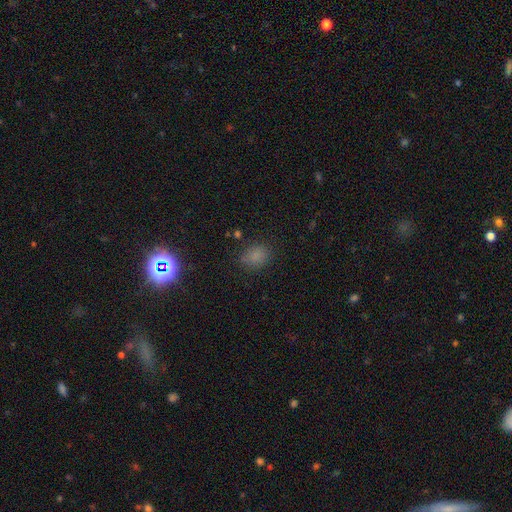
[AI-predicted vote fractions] Smooth or featured?
  - smooth: 75% *
  - star or artifact: 19%
  - featured or disk: 6%
How rounded?
  - in between: 58% *
  - round: 41%
  - cigar-shaped: 1%
Merging?
  - none: 78% *
  - minor disturbance: 15%
  - major disturbance: 5%
  - merger: 2%